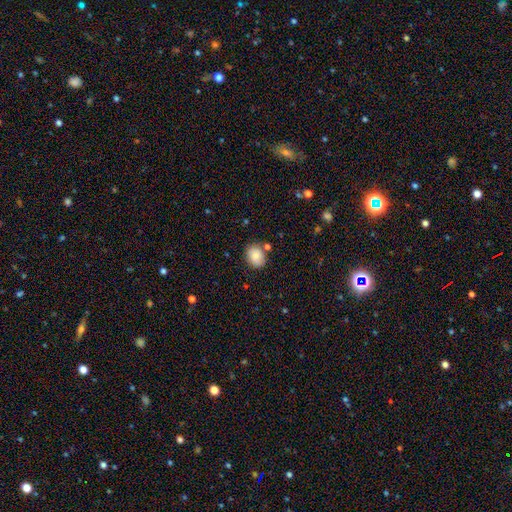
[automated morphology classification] This is clearly a smooth galaxy (84%). How rounded: possibly in between (52%). Merging: likely none (78%).